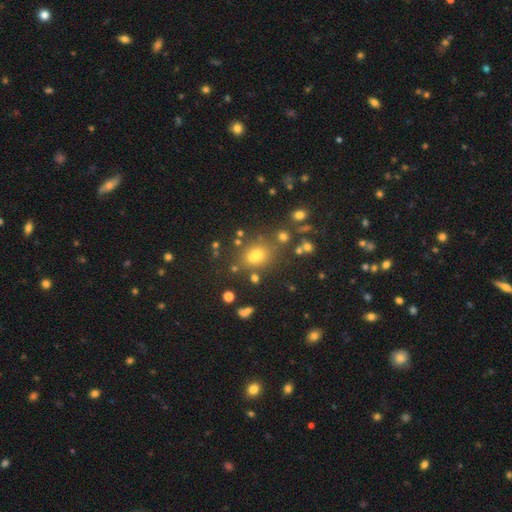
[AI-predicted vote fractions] This appears to be a smooth galaxy with no disk features (62%) that is round (59%). Merging: none (74%).